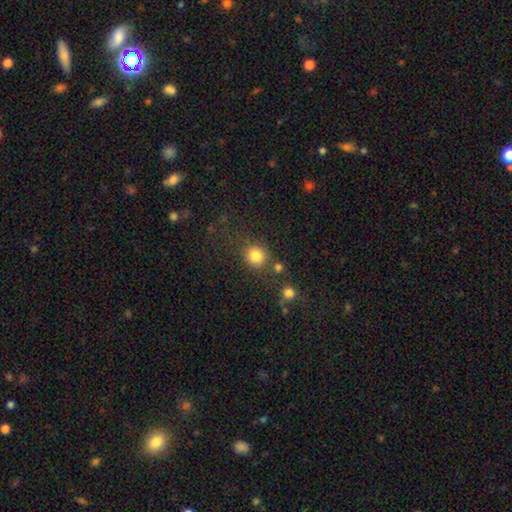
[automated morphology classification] This is clearly a smooth galaxy (83%). How rounded: clearly round (89%). Merging: likely none (76%).